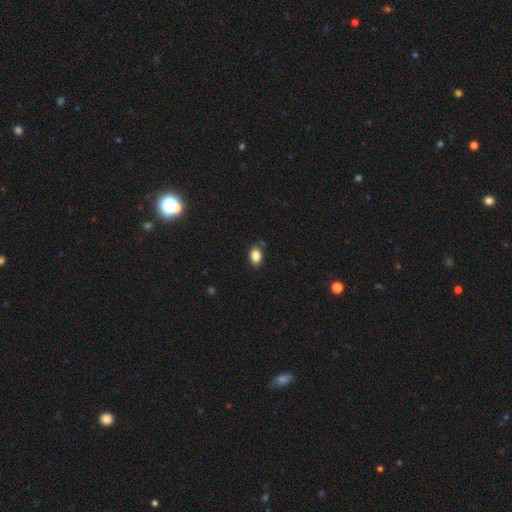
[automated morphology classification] smooth 86%, star or artifact 9%, featured or disk 5%. Down the decision tree: how rounded — in between (83%); merging — none (84%).